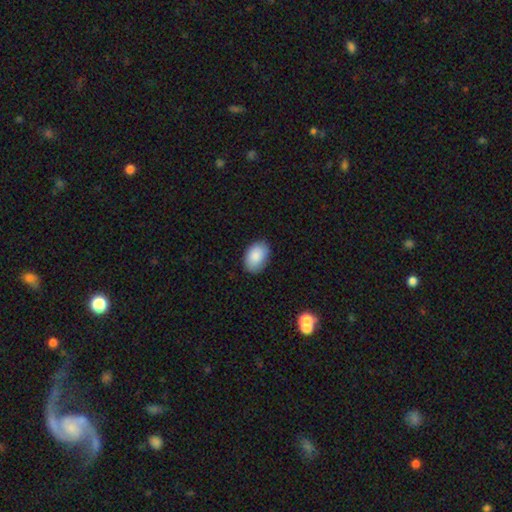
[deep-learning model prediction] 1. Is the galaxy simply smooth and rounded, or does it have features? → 87% smooth, 7% star or artifact, 6% featured or disk.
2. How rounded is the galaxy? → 88% in between, 11% round, 1% cigar-shaped.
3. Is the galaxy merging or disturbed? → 83% none, 13% minor disturbance, 2% major disturbance, 1% merger.